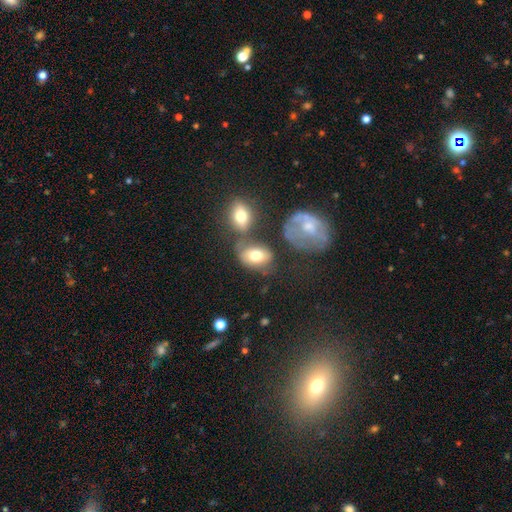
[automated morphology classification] smooth 67%, featured or disk 24%, star or artifact 9%. Down the decision tree: how rounded — in between (74%); merging — none (41%).